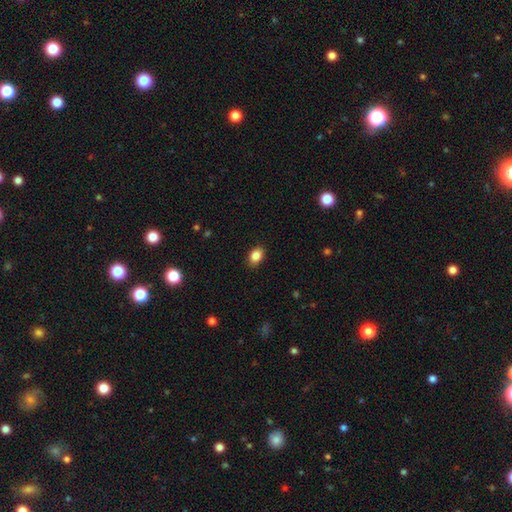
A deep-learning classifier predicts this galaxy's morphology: A smooth galaxy with no disk features (85%) that is in between round and cigar-shaped (79%).

Vote fractions:
- Smooth or featured? smooth: 85% / star or artifact: 9% / featured or disk: 6%
- How rounded? in between: 79% / round: 20% / cigar-shaped: 1%
- Merging? none: 88% / minor disturbance: 9% / major disturbance: 2% / merger: 1%